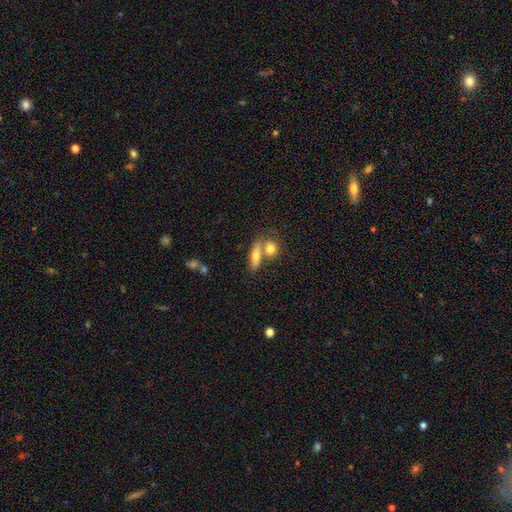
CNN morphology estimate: A smooth galaxy with no disk features (64%) that is in between round and cigar-shaped (52%).

Vote fractions:
- Smooth or featured? smooth: 64% / featured or disk: 28% / star or artifact: 8%
- How rounded? in between: 52% / cigar-shaped: 36% / round: 12%
- Merging? none: 45% / merger: 41% / minor disturbance: 10% / major disturbance: 4%